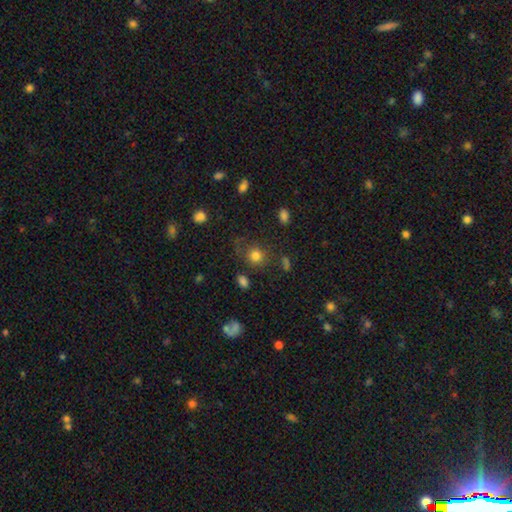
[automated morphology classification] The model was most divided on "merging": none: 68%, minor disturbance: 17%, major disturbance: 10%, merger: 5%. More confident: how rounded — round (80%); smooth or featured — smooth (79%).